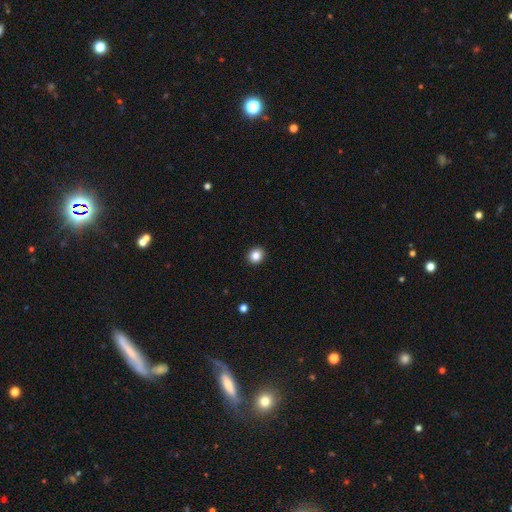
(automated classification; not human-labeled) smooth 84%, star or artifact 11%, featured or disk 5%. Down the decision tree: how rounded — round (84%); merging — none (93%).